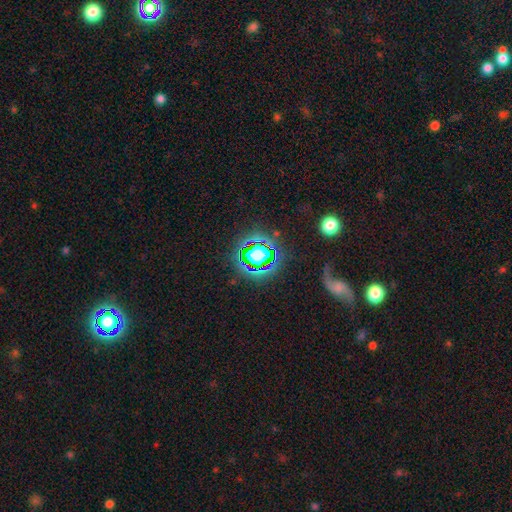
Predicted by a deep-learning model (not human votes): Smooth or featured? Predicted: star or artifact (p=0.62).